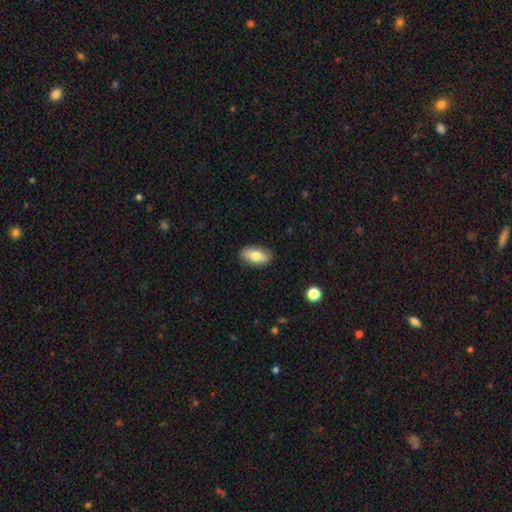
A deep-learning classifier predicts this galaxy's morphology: Smooth or featured? smooth (74%)
How rounded? in between (90%)
Merging? none (87%)